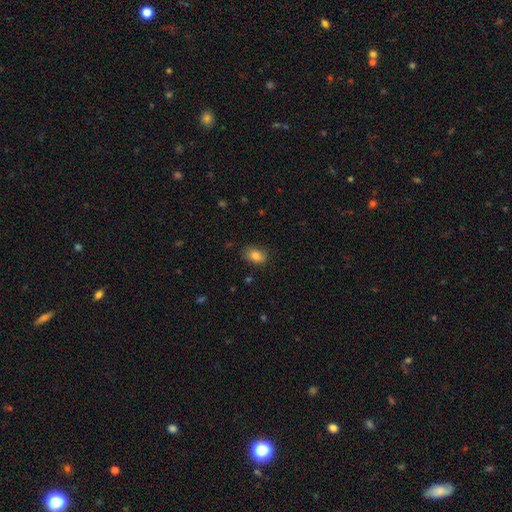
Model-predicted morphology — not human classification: A smooth galaxy with no disk features (82%) that is in between round and cigar-shaped (79%). Merging: none (81%).